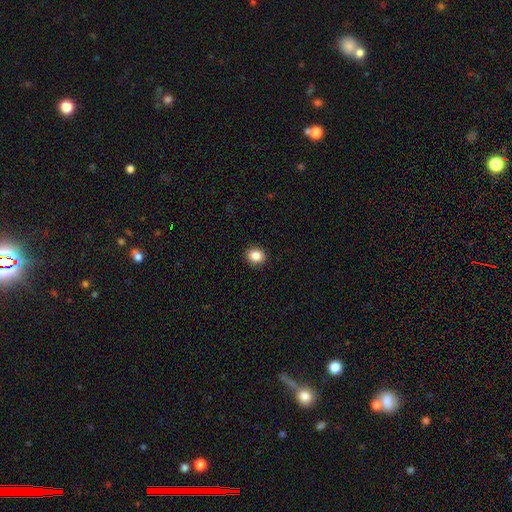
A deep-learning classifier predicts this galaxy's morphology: Smooth or featured? smooth (87%)
How rounded? round (58%)
Merging? none (91%)